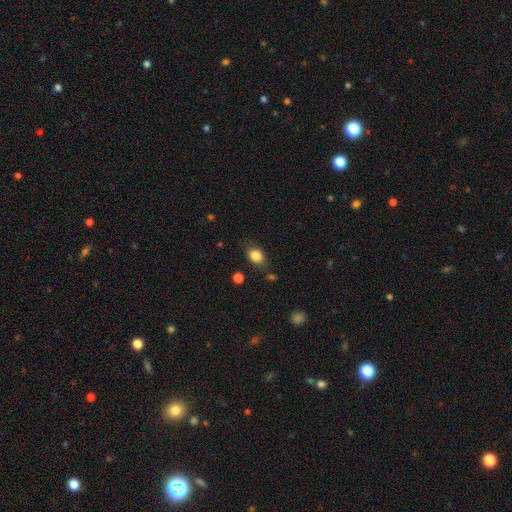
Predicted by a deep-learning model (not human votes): Smooth or featured?
  - smooth: 84% *
  - star or artifact: 10%
  - featured or disk: 6%
How rounded?
  - in between: 56% *
  - round: 43%
  - cigar-shaped: 1%
Merging?
  - none: 74% *
  - minor disturbance: 17%
  - major disturbance: 5%
  - merger: 4%